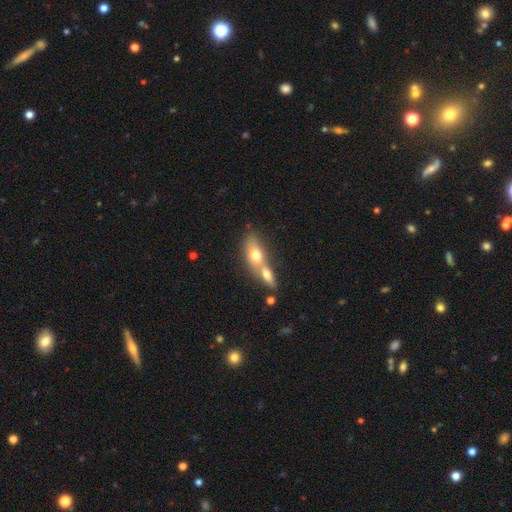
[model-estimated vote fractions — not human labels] smooth-or-featured: smooth: 66% | featured or disk: 26% | star or artifact: 8%
  how-rounded: in between: 71% | cigar-shaped: 16% | round: 13%
  merging: merger: 65% | none: 24% | minor disturbance: 7% | major disturbance: 4%